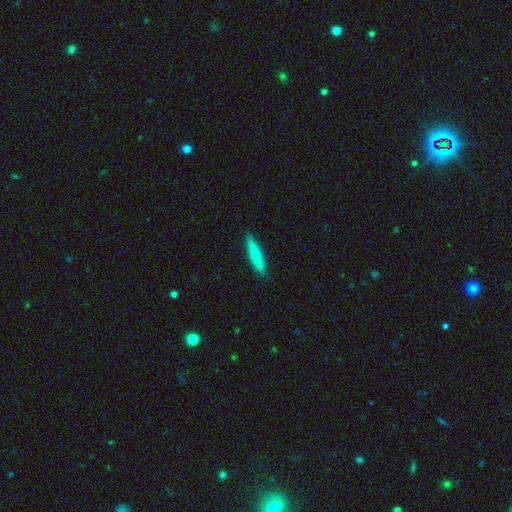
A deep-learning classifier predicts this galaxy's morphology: This is likely a smooth galaxy (78%). How rounded: clearly cigar-shaped (90%). Merging: clearly none (90%).